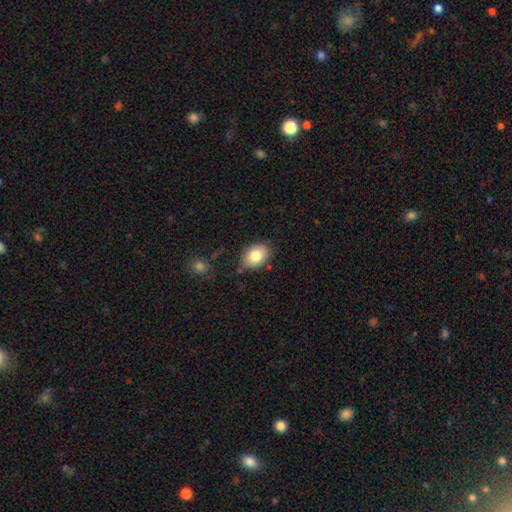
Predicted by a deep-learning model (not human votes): Smooth or featured? Predicted: smooth (p=0.82). How rounded? Predicted: in between (p=0.76). Merging? Predicted: none (p=0.80).